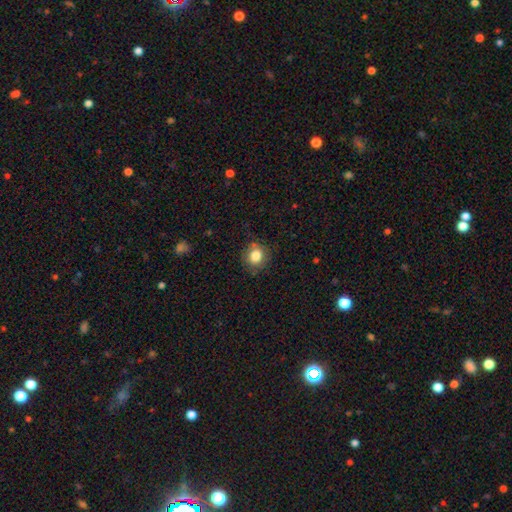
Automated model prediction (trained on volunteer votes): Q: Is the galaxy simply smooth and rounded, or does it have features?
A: smooth — 82%.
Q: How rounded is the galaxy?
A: round — 75%.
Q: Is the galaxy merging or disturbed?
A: none — 81%.